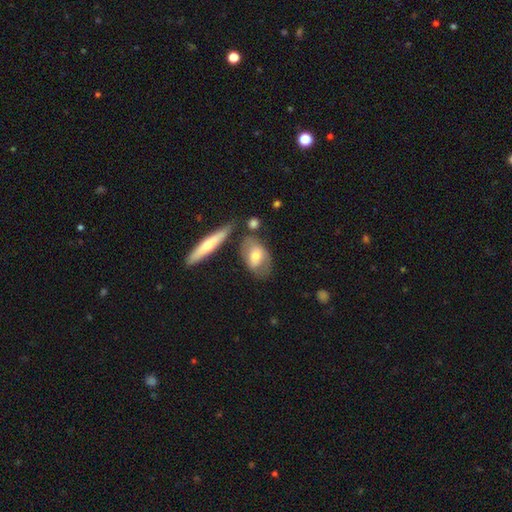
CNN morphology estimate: smooth 58%, featured or disk 36%, star or artifact 6%. Down the decision tree: how rounded — in between (83%); merging — none (57%).